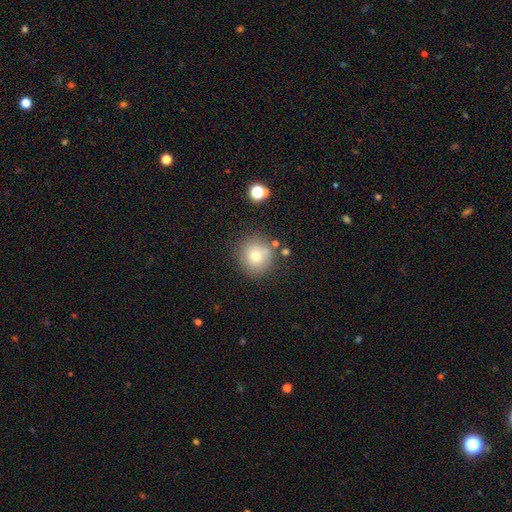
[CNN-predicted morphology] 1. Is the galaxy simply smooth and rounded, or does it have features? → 73% smooth, 14% featured or disk, 13% star or artifact.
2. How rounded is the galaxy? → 91% round, 8% in between, 1% cigar-shaped.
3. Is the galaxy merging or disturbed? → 78% none, 12% minor disturbance, 6% merger, 4% major disturbance.